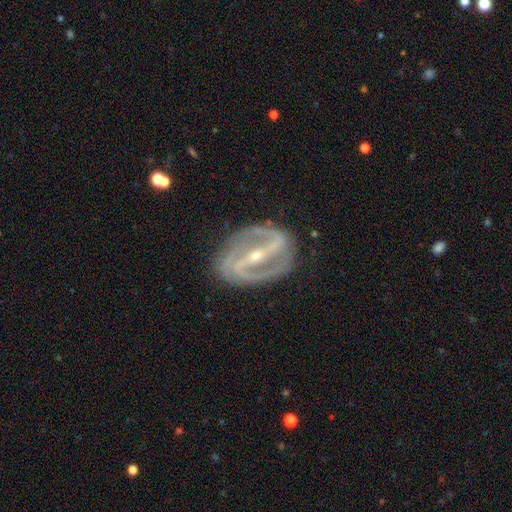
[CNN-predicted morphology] The model was most divided on "spiral winding": medium: 45%, tight: 37%, loose: 18%. More confident: edge-on disk — no (94%); spiral arms — yes (91%); smooth or featured — featured or disk (91%); spiral arm count — 2 (90%); merging — none (83%); bar — strong (82%); bulge size — small (68%).